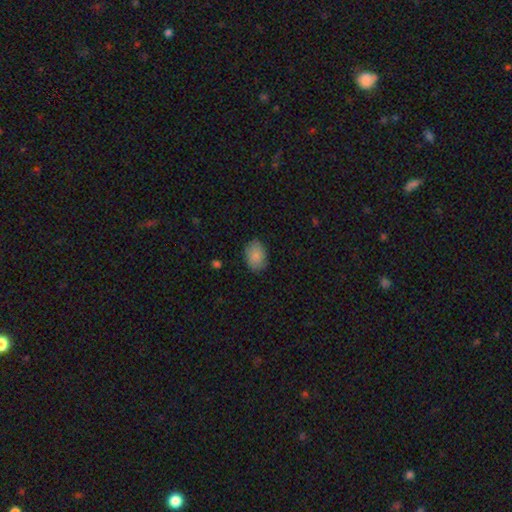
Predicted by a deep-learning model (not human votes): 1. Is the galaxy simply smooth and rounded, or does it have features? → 86% smooth, 7% star or artifact, 6% featured or disk.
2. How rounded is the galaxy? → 78% in between, 21% round, 1% cigar-shaped.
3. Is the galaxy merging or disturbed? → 82% none, 14% minor disturbance, 3% major disturbance, 1% merger.